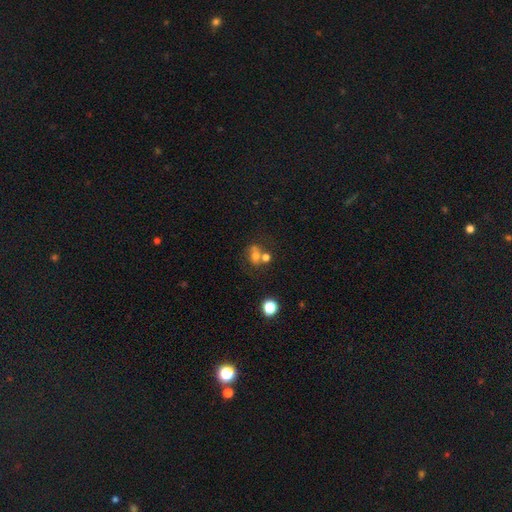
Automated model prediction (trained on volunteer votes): Q: Smooth or featured?
A: smooth (60%); runner-up: featured or disk (21%)
Q: How rounded?
A: round (63%); runner-up: in between (35%)
Q: Merging?
A: merger (45%); runner-up: none (38%)